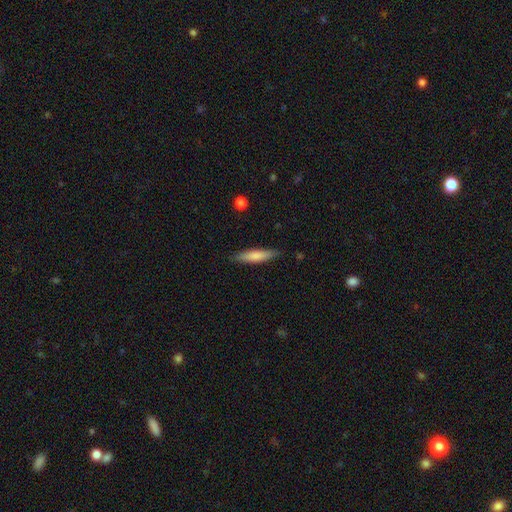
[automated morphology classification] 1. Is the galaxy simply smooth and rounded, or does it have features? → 75% smooth, 19% featured or disk, 6% star or artifact.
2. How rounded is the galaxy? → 81% cigar-shaped, 18% in between, 1% round.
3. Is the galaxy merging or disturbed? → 86% none, 11% minor disturbance, 2% major disturbance, 1% merger.